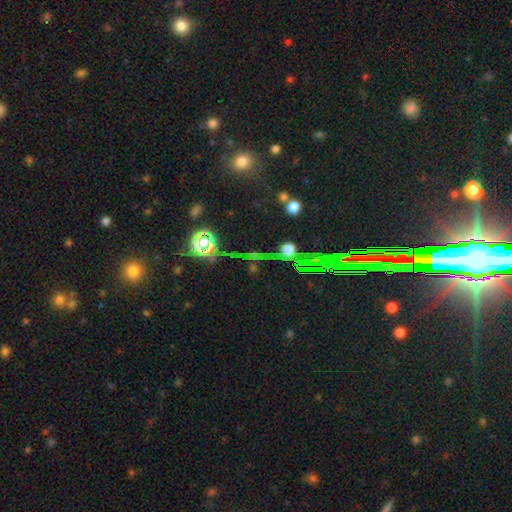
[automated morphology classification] A star or artifact, not a galaxy (71%).